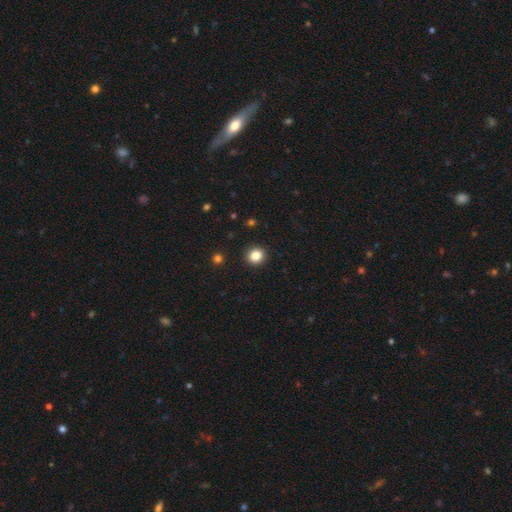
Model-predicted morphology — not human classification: smooth_or_featured: smooth (p=0.84) [alt: star or artifact p=0.11]
how_rounded: round (p=0.87) [alt: in between p=0.12]
merging: none (p=0.93) [alt: minor disturbance p=0.05]